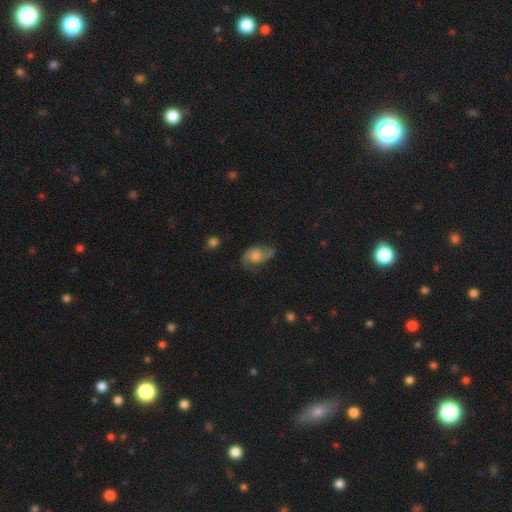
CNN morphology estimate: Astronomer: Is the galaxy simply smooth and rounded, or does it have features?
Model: featured or disk — 72%.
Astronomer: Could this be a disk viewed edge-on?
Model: no — 97%.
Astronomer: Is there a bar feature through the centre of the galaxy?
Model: no — 65%.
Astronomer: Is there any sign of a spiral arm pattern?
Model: yes — 93%.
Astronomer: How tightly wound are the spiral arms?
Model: loose — 46% (runner-up: medium, 41%).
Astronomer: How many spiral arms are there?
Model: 2 — 86%.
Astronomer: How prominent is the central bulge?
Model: moderate — 38% (runner-up: small, 27%).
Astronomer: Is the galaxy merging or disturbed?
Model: none — 58%.